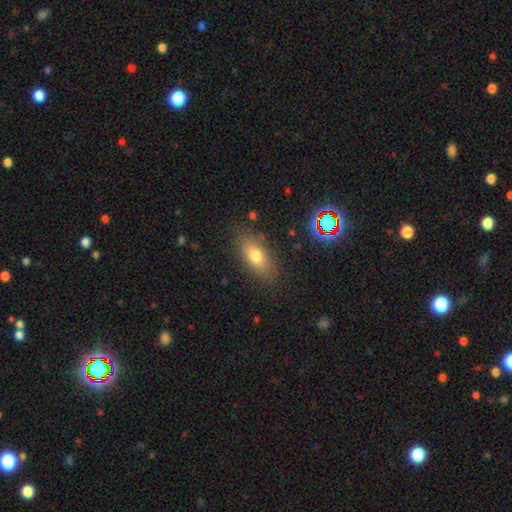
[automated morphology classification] smooth_or_featured: smooth (p=0.72) [alt: featured or disk p=0.17]
how_rounded: in between (p=0.82) [alt: cigar-shaped p=0.12]
merging: none (p=0.82) [alt: minor disturbance p=0.12]